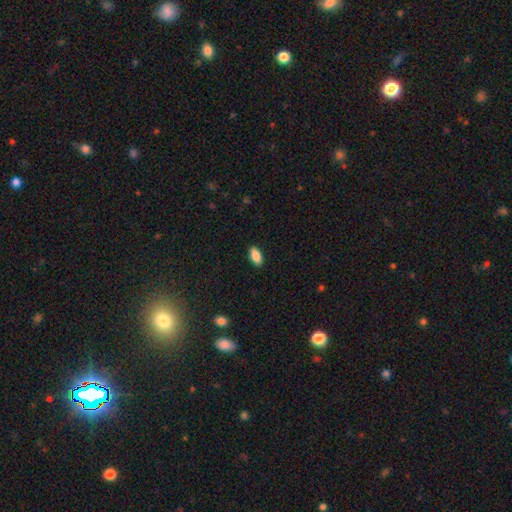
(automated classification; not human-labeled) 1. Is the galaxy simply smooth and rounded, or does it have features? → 87% smooth, 7% star or artifact, 6% featured or disk.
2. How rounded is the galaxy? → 91% in between, 6% cigar-shaped, 3% round.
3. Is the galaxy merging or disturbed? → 89% none, 8% minor disturbance, 2% major disturbance, 1% merger.